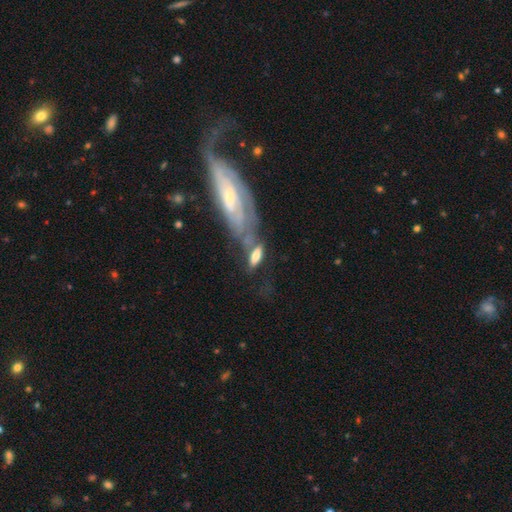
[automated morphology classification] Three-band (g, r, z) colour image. It shows a smooth galaxy with no disk features (61%) that is in between round and cigar-shaped (67%). Merging: none (35%).